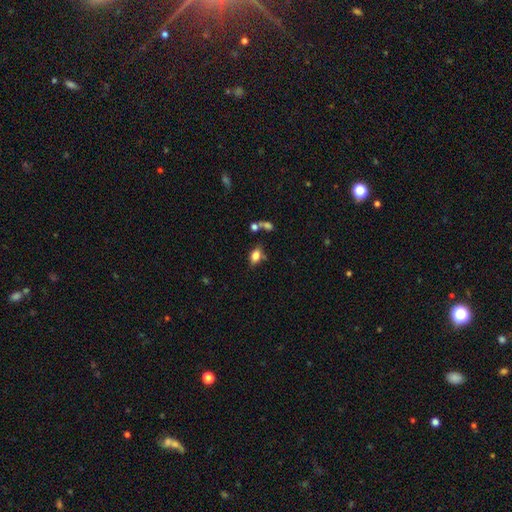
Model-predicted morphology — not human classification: Overall: smooth (78%). How rounded: in between (84%). Merging: none (68%).